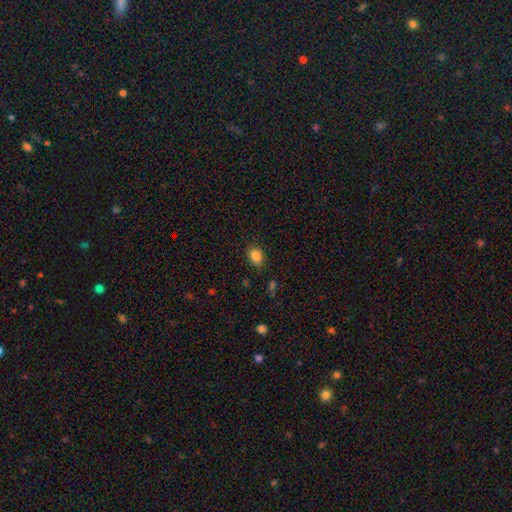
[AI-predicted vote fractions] The model was most divided on "how rounded": in between: 53%, round: 46%, cigar-shaped: 1%. More confident: smooth or featured — smooth (84%); merging — none (83%).